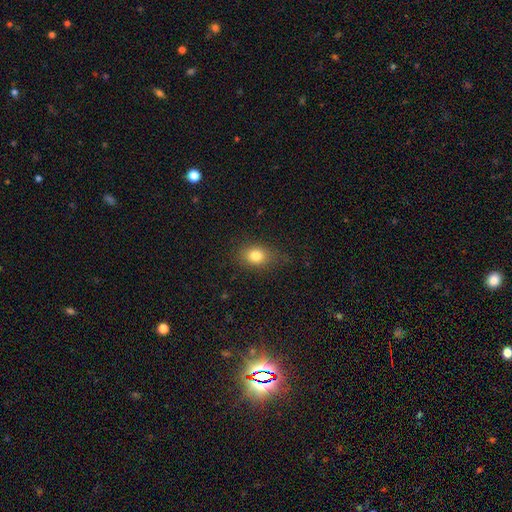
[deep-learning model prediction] Smooth or featured?
  - smooth: 80% *
  - star or artifact: 11%
  - featured or disk: 8%
How rounded?
  - in between: 59% *
  - round: 39%
  - cigar-shaped: 2%
Merging?
  - none: 76% *
  - minor disturbance: 17%
  - major disturbance: 5%
  - merger: 1%